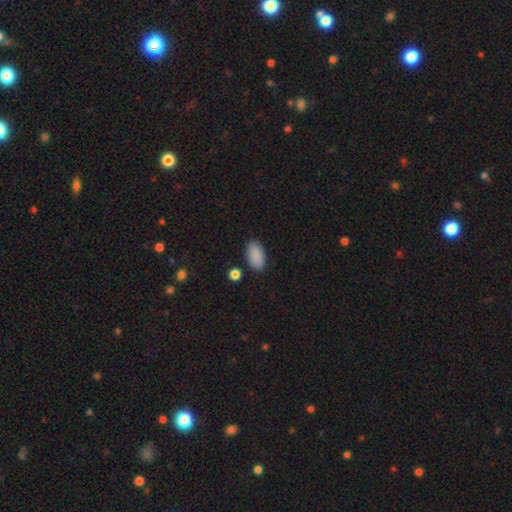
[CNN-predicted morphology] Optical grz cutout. It shows a smooth galaxy with no disk features (90%) that is in between round and cigar-shaped (94%). Merging: none (86%).